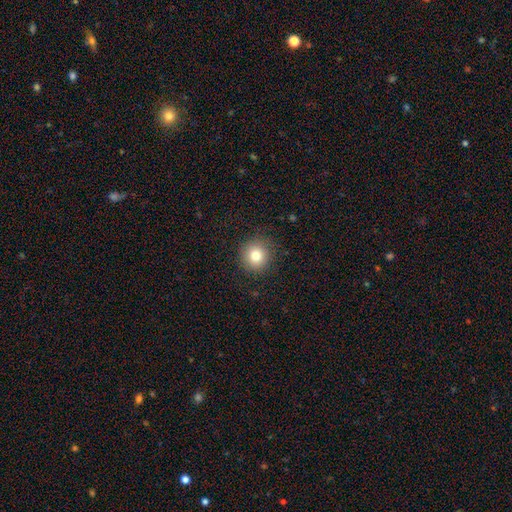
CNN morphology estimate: Smooth or featured?
  - smooth: 80% *
  - star or artifact: 12%
  - featured or disk: 8%
How rounded?
  - round: 92% *
  - in between: 7%
  - cigar-shaped: 1%
Merging?
  - none: 89% *
  - minor disturbance: 7%
  - major disturbance: 3%
  - merger: 1%